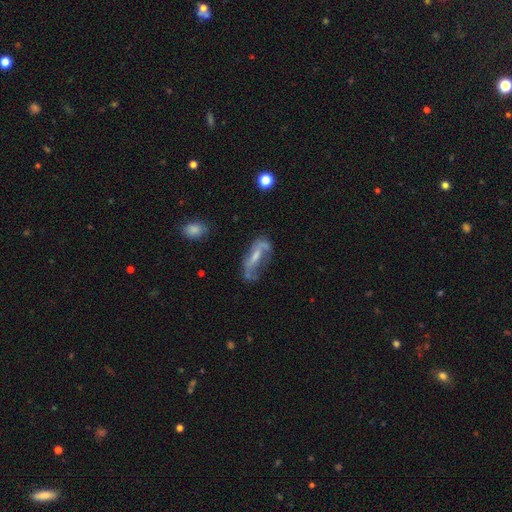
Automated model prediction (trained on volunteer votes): Smooth or featured?
  - featured or disk: 66% *
  - smooth: 25%
  - star or artifact: 9%
Edge-on disk?
  - no: 83% *
  - yes: 17%
Bar?
  - weak: 36% *
  - no: 34%
  - strong: 29%
Spiral arms?
  - yes: 64% *
  - no: 36%
Bulge size?
  - small: 42% *
  - moderate: 34%
  - none: 17%
  - large: 4%
  - dominant: 1%
Merging?
  - none: 42% *
  - major disturbance: 26%
  - minor disturbance: 25%
  - merger: 8%